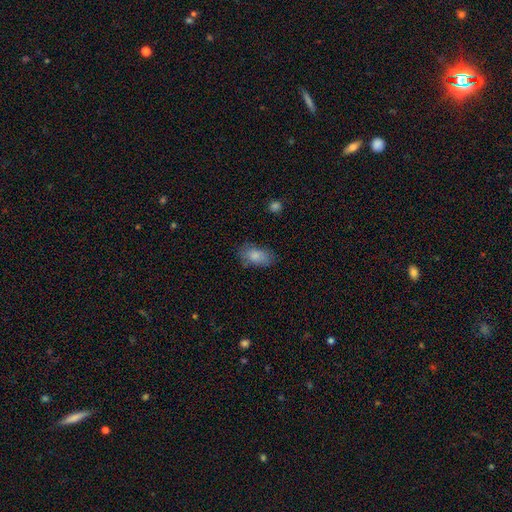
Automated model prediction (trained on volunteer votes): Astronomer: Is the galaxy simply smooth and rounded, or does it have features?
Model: smooth — 83%.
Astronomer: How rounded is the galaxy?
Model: in between — 92%.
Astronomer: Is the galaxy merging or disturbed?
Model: none — 70%.